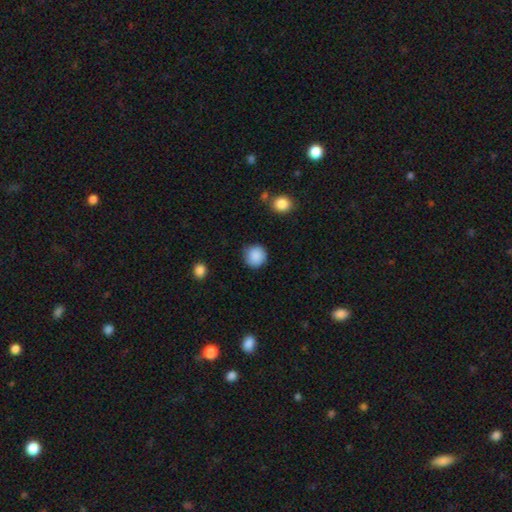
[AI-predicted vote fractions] Morphology: type=smooth (88%); roundness=round (94%); merging=none (84%).